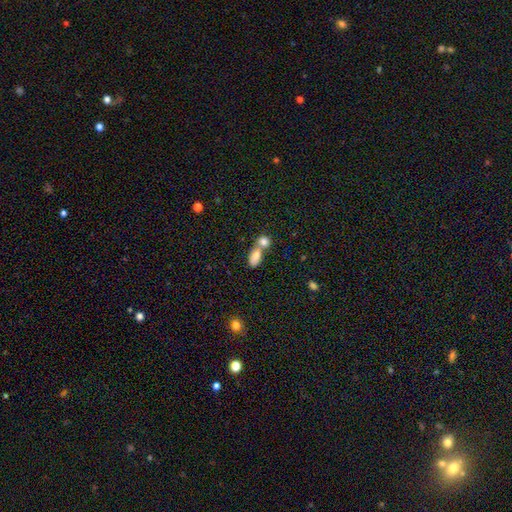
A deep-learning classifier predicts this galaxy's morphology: Smooth or featured?
  - smooth: 78% *
  - featured or disk: 13%
  - star or artifact: 8%
How rounded?
  - in between: 83% *
  - round: 12%
  - cigar-shaped: 5%
Merging?
  - merger: 65% *
  - none: 25%
  - minor disturbance: 7%
  - major disturbance: 3%